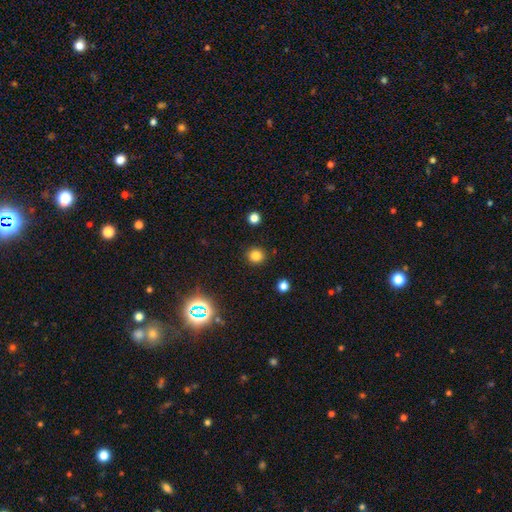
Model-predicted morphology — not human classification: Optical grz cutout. It shows a smooth galaxy with no disk features (80%) that is round (91%). Merging: none (90%).